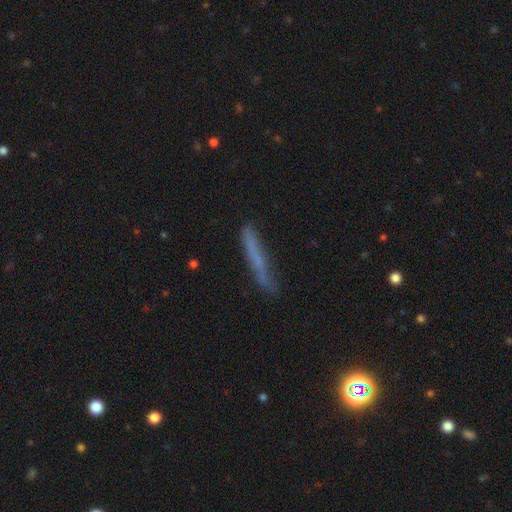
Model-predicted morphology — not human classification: Smooth or featured: smooth — 59% (featured or disk — 30%)
How rounded: cigar-shaped — 94% (in between — 4%)
Merging: none — 73% (minor disturbance — 20%)